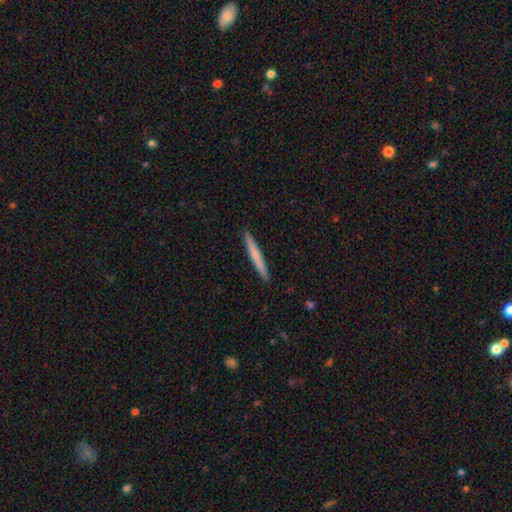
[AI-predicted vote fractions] smooth_or_featured: smooth (p=0.67) [alt: featured or disk p=0.28]
how_rounded: cigar-shaped (p=0.97) [alt: in between p=0.02]
merging: none (p=0.93) [alt: minor disturbance p=0.05]